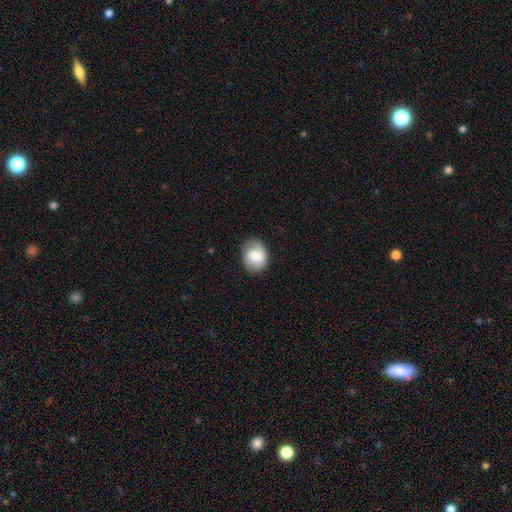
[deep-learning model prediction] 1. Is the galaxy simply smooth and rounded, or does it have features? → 63% smooth, 29% featured or disk, 8% star or artifact.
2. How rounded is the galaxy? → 55% round, 44% in between, 1% cigar-shaped.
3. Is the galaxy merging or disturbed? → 71% none, 21% minor disturbance, 7% major disturbance, 1% merger.